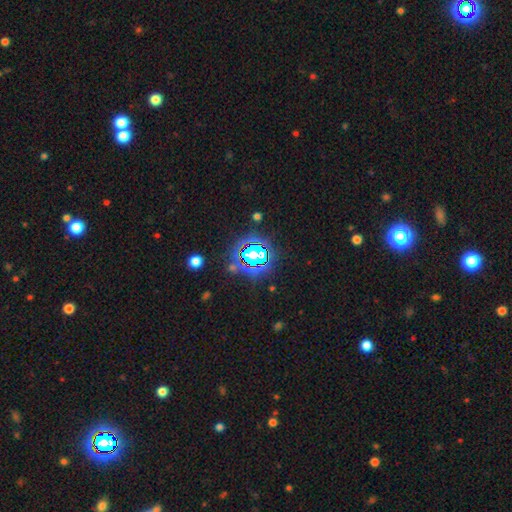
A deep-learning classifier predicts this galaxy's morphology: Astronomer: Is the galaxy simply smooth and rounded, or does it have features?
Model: star or artifact — 79%.